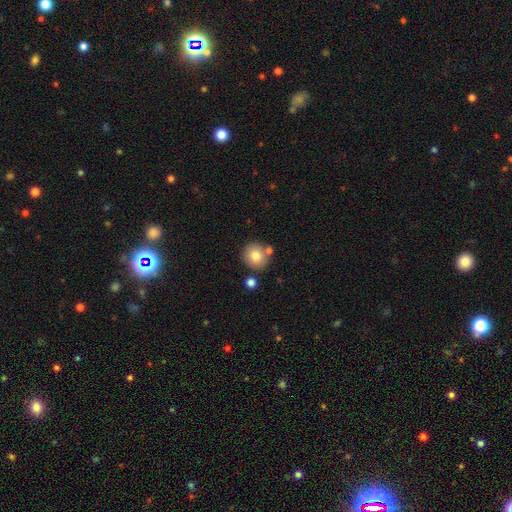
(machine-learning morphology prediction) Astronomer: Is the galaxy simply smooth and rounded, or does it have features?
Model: smooth — 79%.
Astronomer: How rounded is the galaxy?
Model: round — 89%.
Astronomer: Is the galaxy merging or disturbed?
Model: none — 74%.